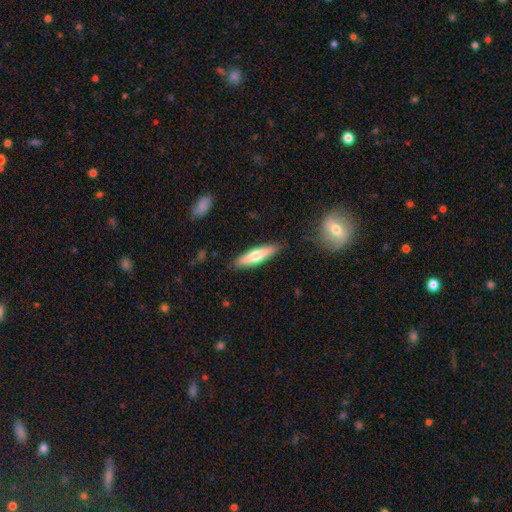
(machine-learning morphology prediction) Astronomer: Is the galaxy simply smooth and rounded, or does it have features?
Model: smooth — 62%.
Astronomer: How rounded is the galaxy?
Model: cigar-shaped — 77%.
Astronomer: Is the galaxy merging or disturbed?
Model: none — 88%.